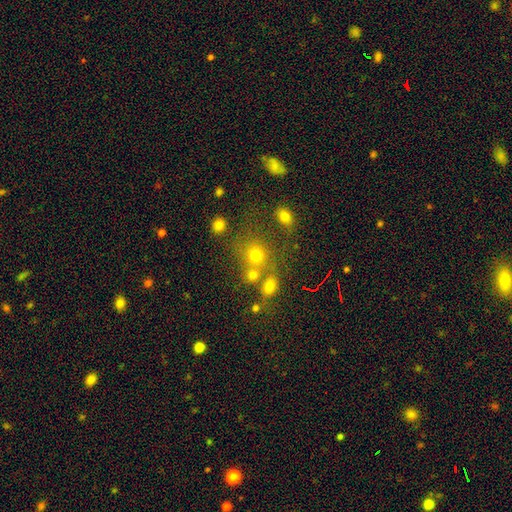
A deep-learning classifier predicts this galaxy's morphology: A smooth galaxy with no disk features (69%) that is round (79%). Merging: none (55%).